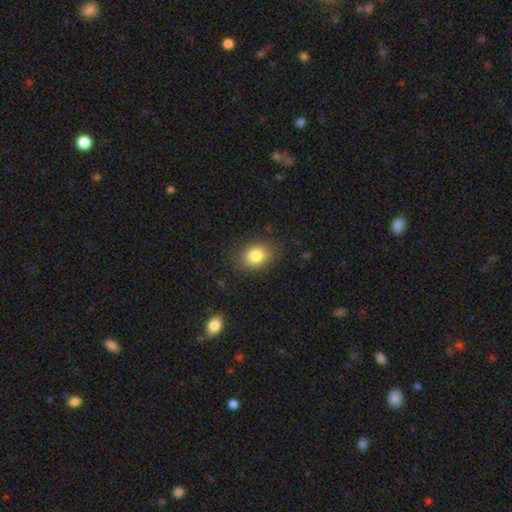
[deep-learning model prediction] The model was most divided on "how rounded": in between: 56%, round: 43%, cigar-shaped: 1%. More confident: smooth or featured — smooth (84%); merging — none (80%).